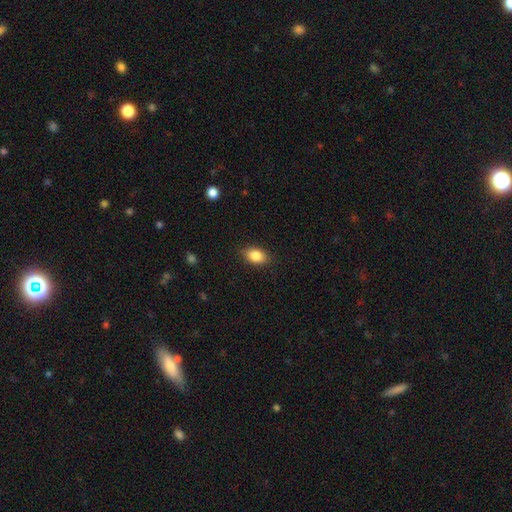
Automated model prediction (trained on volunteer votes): Morphology: type=smooth (85%); roundness=in between (83%); merging=none (86%).